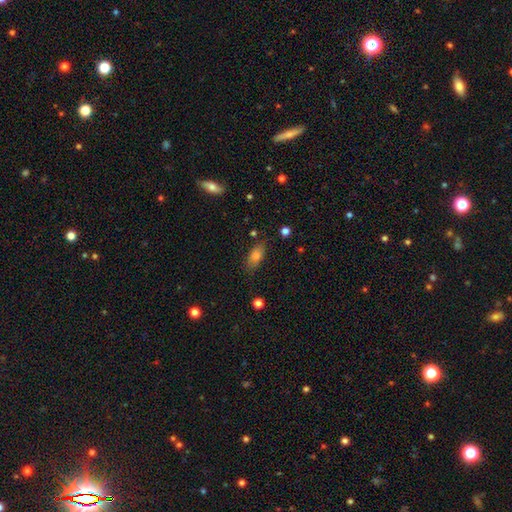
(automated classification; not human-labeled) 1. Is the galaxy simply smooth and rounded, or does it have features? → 75% smooth, 14% featured or disk, 11% star or artifact.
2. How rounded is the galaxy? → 80% in between, 15% cigar-shaped, 5% round.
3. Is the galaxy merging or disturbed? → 79% none, 15% minor disturbance, 4% major disturbance, 2% merger.